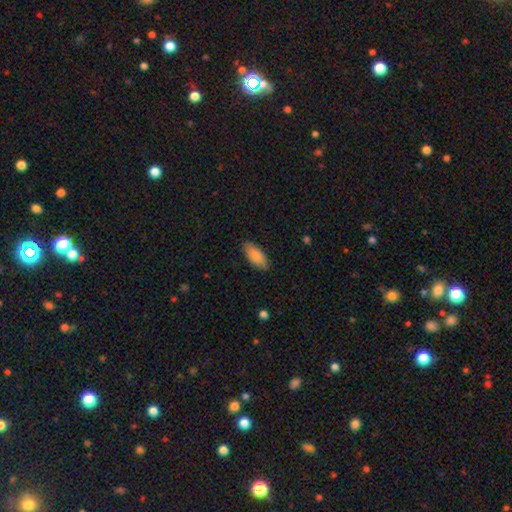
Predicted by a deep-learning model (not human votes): Overall: smooth (84%). How rounded: in between (90%). Merging: none (85%).